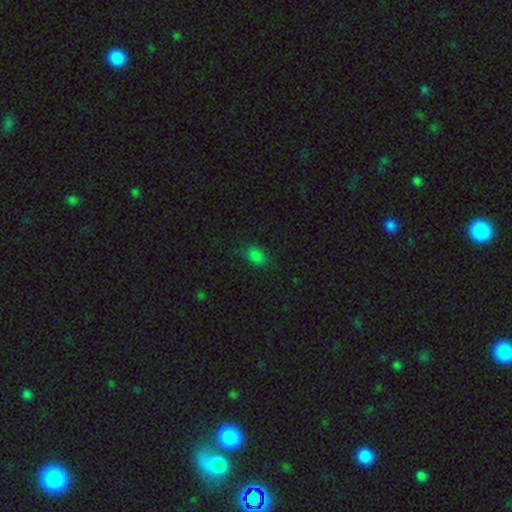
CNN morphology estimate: Smooth or featured? smooth (81%)
How rounded? in between (72%)
Merging? none (79%)